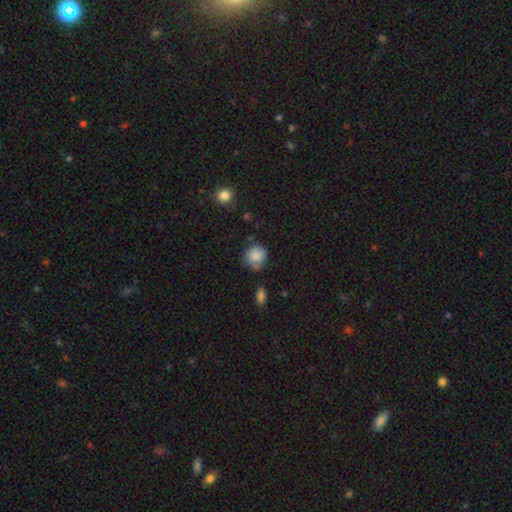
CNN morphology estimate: smooth-or-featured: smooth: 85% | star or artifact: 9% | featured or disk: 7%
  how-rounded: round: 82% | in between: 17% | cigar-shaped: 1%
  merging: none: 64% | minor disturbance: 25% | major disturbance: 6% | merger: 6%